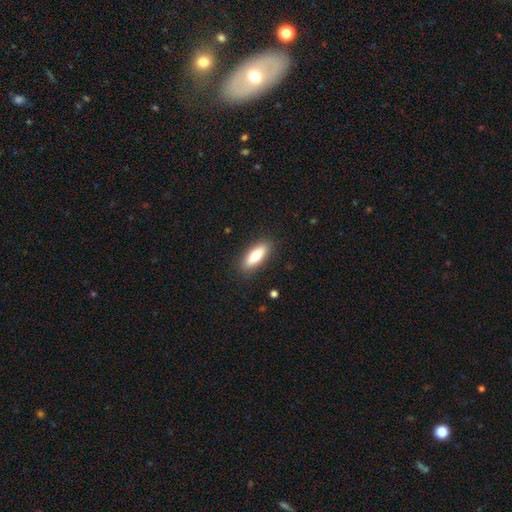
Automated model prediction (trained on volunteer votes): Smooth or featured?
  - smooth: 72% *
  - featured or disk: 22%
  - star or artifact: 6%
How rounded?
  - in between: 60% *
  - cigar-shaped: 38%
  - round: 2%
Merging?
  - none: 89% *
  - minor disturbance: 8%
  - major disturbance: 2%
  - merger: 1%